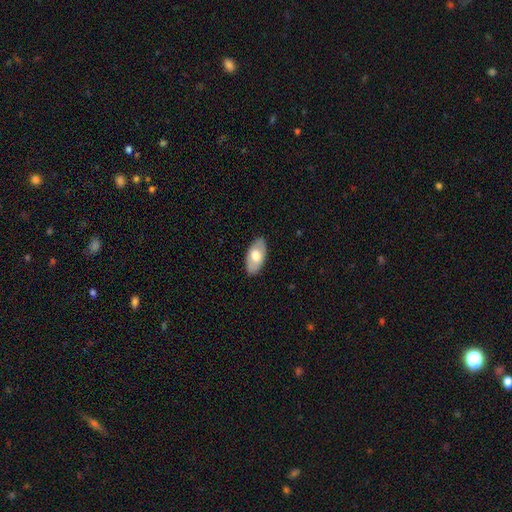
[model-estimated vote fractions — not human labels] A smooth galaxy with no disk features (59%) that is in between round and cigar-shaped (94%). Merging: none (85%).